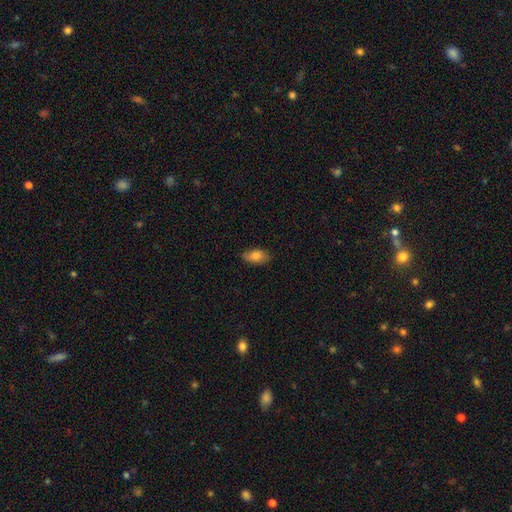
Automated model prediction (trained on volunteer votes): Overall: smooth (79%). How rounded: in between (92%). Merging: none (84%).